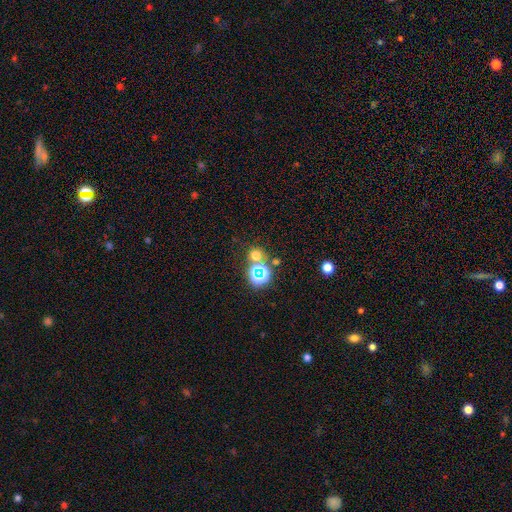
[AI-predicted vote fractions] Smooth or featured? Predicted: smooth (p=0.58). How rounded? Predicted: round (p=0.86). Merging? Predicted: none (p=0.68).